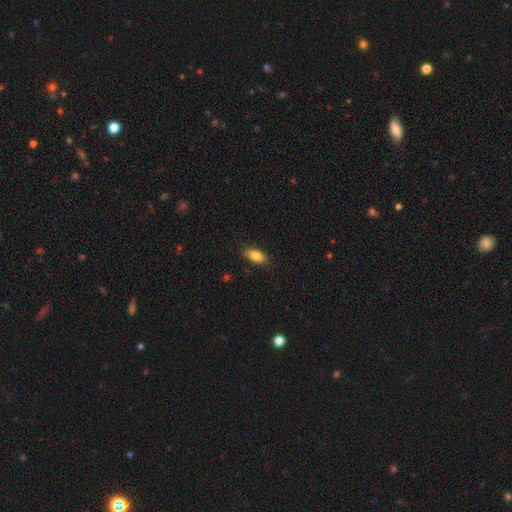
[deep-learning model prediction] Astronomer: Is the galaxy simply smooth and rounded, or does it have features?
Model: smooth — 84%.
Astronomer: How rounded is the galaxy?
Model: in between — 87%.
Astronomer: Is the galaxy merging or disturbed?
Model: none — 83%.